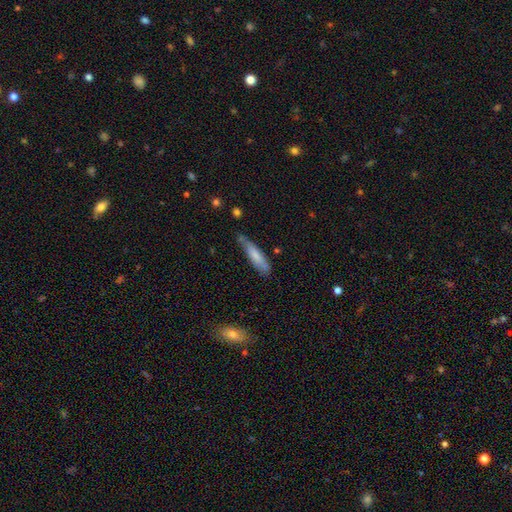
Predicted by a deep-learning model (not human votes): This appears to be a smooth galaxy with no disk features (74%) that is cigar-shaped (74%). Merging: none (63%).